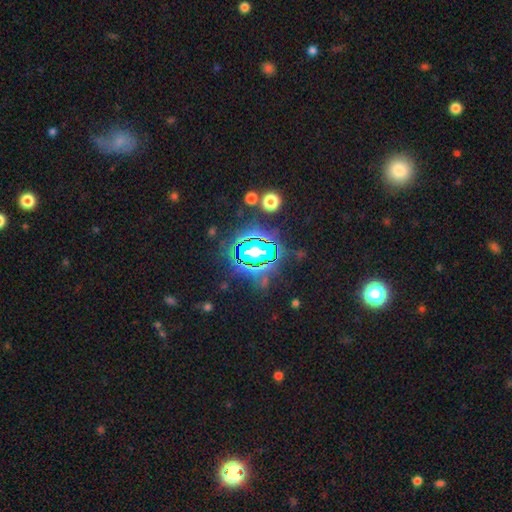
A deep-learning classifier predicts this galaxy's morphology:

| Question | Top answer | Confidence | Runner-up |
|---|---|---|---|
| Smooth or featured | star or artifact | 80% | smooth (12%) |